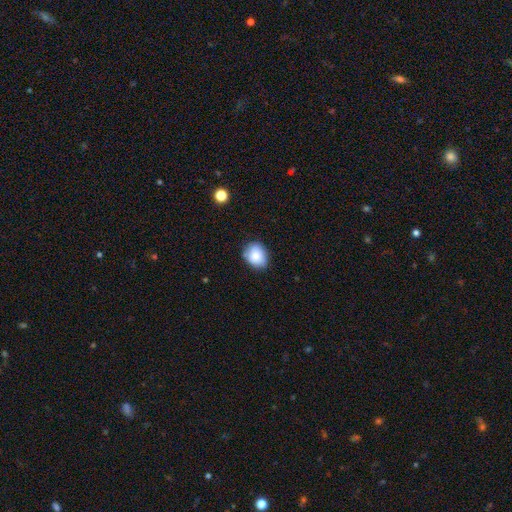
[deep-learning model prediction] The model was most divided on "how rounded": in between: 58%, round: 41%, cigar-shaped: 1%. More confident: smooth or featured — smooth (85%); merging — none (78%).